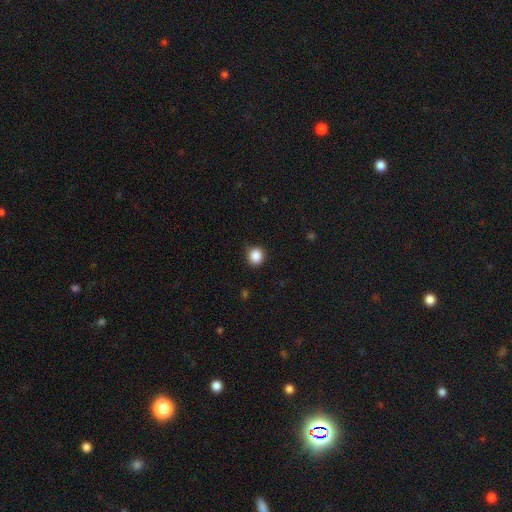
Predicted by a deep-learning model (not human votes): A smooth galaxy with no disk features (87%) that is round (83%). Merging: none (83%).